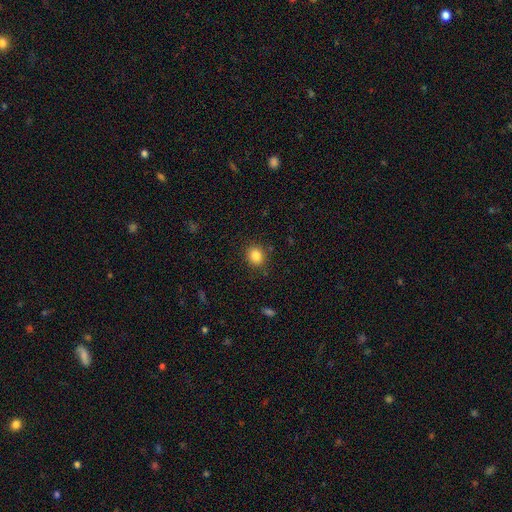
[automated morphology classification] Overall: smooth (85%). How rounded: round (74%). Merging: none (86%).